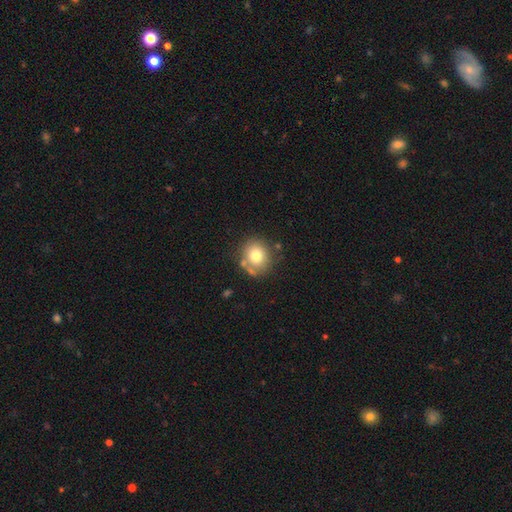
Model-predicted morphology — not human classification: Smooth or featured? Predicted: smooth (p=0.74). How rounded? Predicted: round (p=0.80). Merging? Predicted: none (p=0.71).